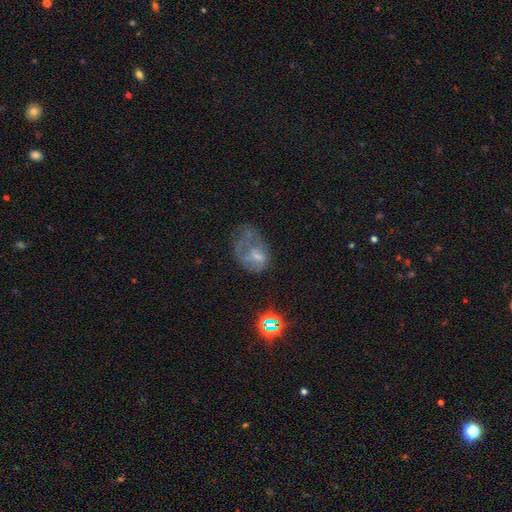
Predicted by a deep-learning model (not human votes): The model was most divided on "smooth or featured": featured or disk: 44%, smooth: 40%, star or artifact: 17%. Remaining: merging — major disturbance (44%).